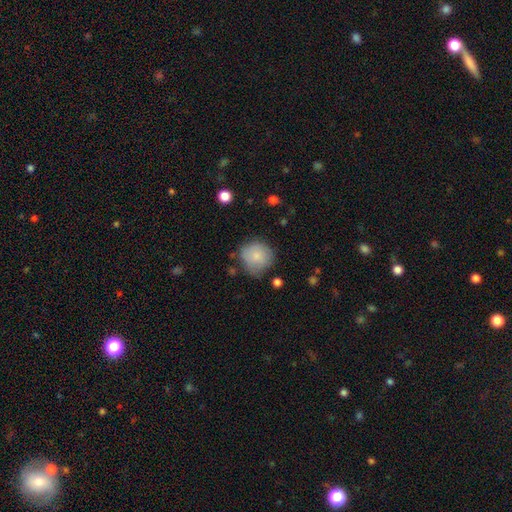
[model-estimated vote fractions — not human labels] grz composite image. It shows a smooth galaxy with no disk features (80%) that is round (87%). Merging: none (63%).